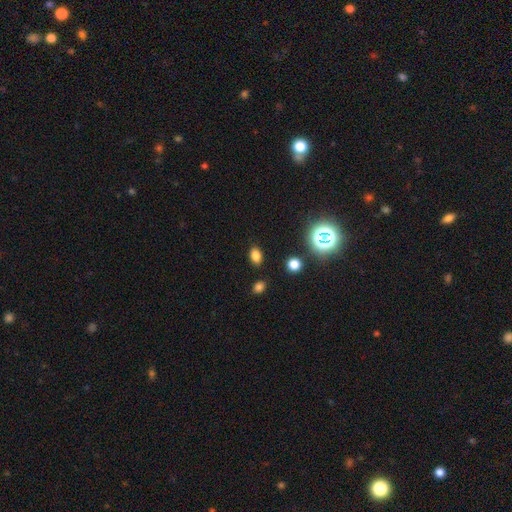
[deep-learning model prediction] Morphology: type=smooth (76%); roundness=in between (83%); merging=none (86%).